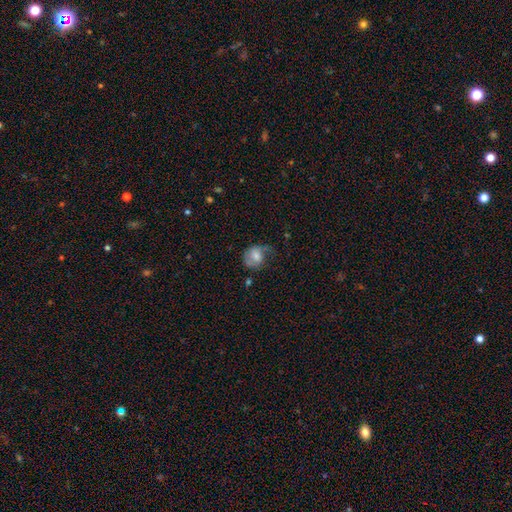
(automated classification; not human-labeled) Smooth or featured: smooth — 59% (featured or disk — 33%)
How rounded: round — 60% (in between — 39%)
Merging: none — 38% (minor disturbance — 31%)